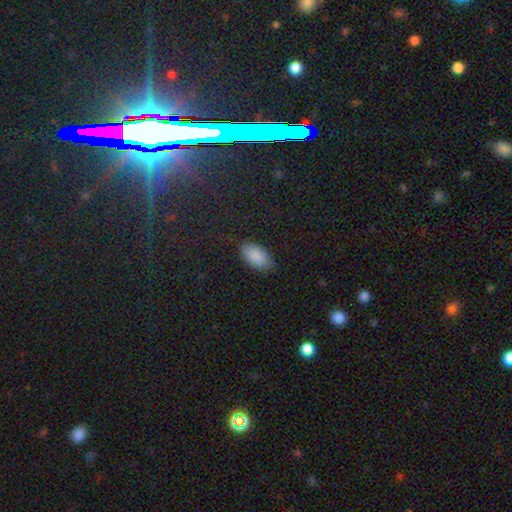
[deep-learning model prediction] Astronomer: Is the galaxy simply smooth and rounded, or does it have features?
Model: smooth — 88%.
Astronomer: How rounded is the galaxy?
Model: in between — 95%.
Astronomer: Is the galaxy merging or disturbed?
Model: none — 83%.